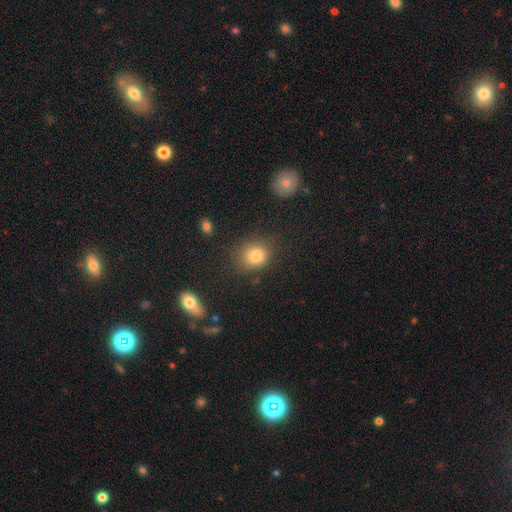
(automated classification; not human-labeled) This appears to be a smooth galaxy with no disk features (82%) that is round (59%). Merging: none (71%).